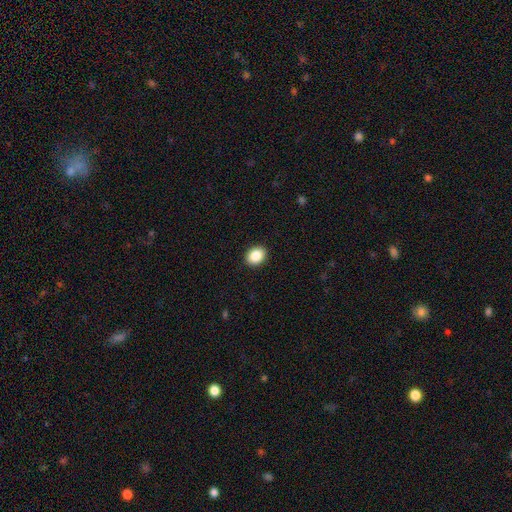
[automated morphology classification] Q: Smooth or featured?
A: smooth (87%); runner-up: star or artifact (8%)
Q: How rounded?
A: in between (60%); runner-up: round (40%)
Q: Merging?
A: none (91%); runner-up: minor disturbance (6%)